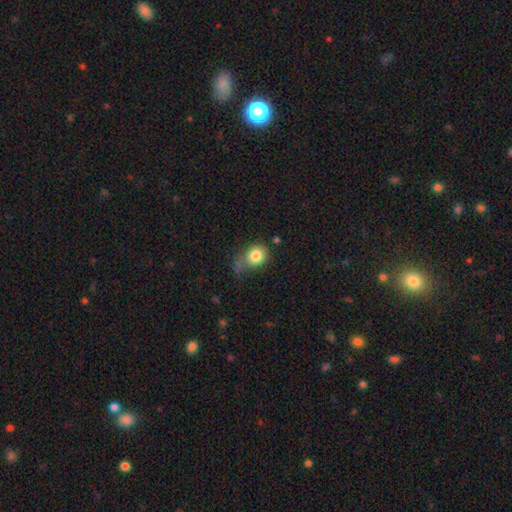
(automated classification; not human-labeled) Smooth or featured?
  - smooth: 82% *
  - star or artifact: 9%
  - featured or disk: 9%
How rounded?
  - round: 67% *
  - in between: 32%
  - cigar-shaped: 1%
Merging?
  - none: 46% *
  - minor disturbance: 29%
  - major disturbance: 16%
  - merger: 8%